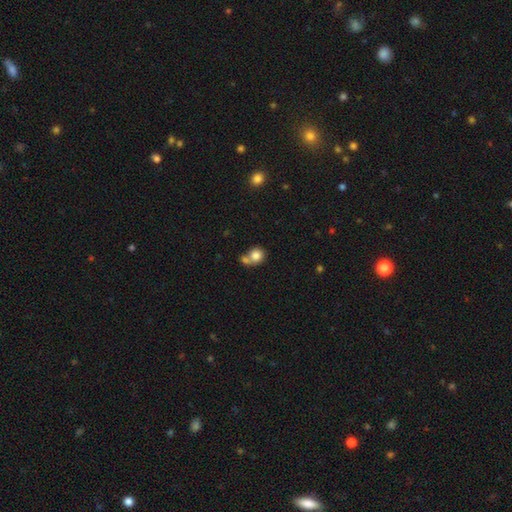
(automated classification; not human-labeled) Smooth or featured: smooth — 80% (featured or disk — 11%)
How rounded: round — 81% (in between — 18%)
Merging: merger — 46% (none — 39%)